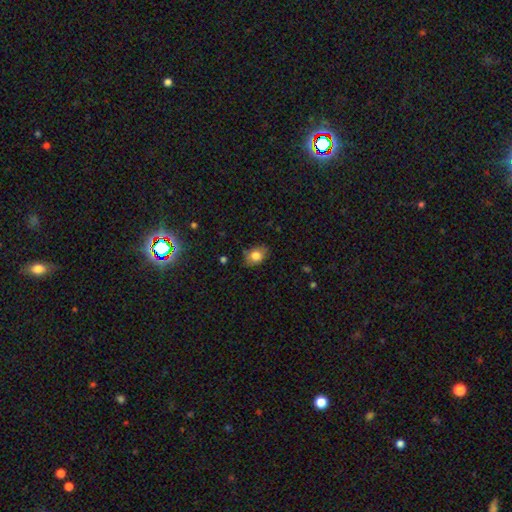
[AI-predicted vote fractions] A smooth galaxy with no disk features (79%) that is in between round and cigar-shaped (73%).

Vote fractions:
- Smooth or featured? smooth: 79% / featured or disk: 12% / star or artifact: 9%
- How rounded? in between: 73% / round: 26% / cigar-shaped: 1%
- Merging? none: 76% / minor disturbance: 19% / major disturbance: 4% / merger: 1%